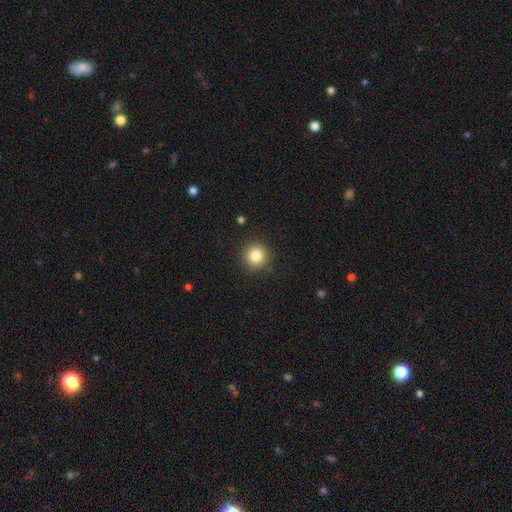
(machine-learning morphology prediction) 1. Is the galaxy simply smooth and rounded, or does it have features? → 83% smooth, 11% star or artifact, 7% featured or disk.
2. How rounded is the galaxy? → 94% round, 5% in between, 1% cigar-shaped.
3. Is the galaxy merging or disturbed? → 90% none, 6% minor disturbance, 2% major disturbance, 1% merger.